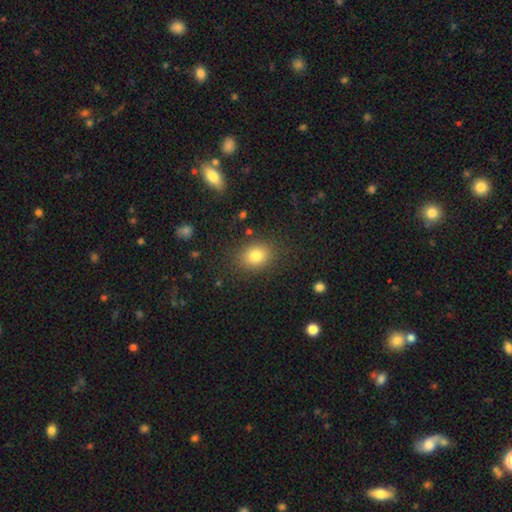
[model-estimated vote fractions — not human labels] smooth-or-featured: smooth: 81% | star or artifact: 11% | featured or disk: 7%
  how-rounded: in between: 54% | round: 45% | cigar-shaped: 1%
  merging: none: 84% | minor disturbance: 11% | major disturbance: 4% | merger: 2%